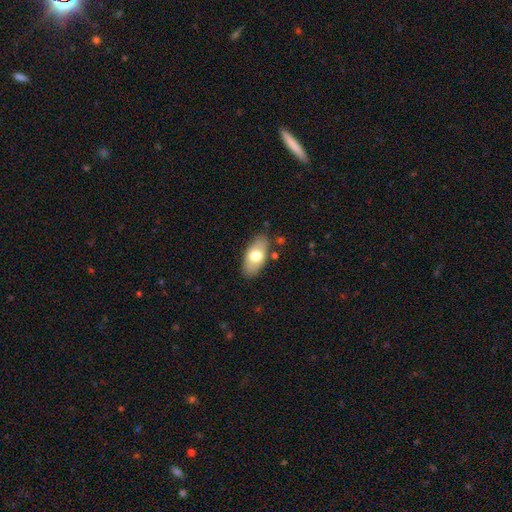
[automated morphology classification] Q: Smooth or featured?
A: smooth (69%); runner-up: featured or disk (25%)
Q: How rounded?
A: in between (91%); runner-up: cigar-shaped (5%)
Q: Merging?
A: none (83%); runner-up: minor disturbance (12%)